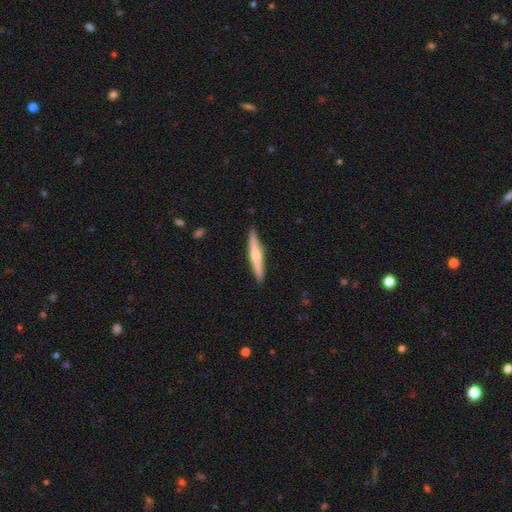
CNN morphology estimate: The model was most divided on "smooth or featured": featured or disk: 56%, smooth: 38%, star or artifact: 5%. More confident: edge-on disk — yes (97%); merging — none (91%); edge-on bulge — rounded (81%).